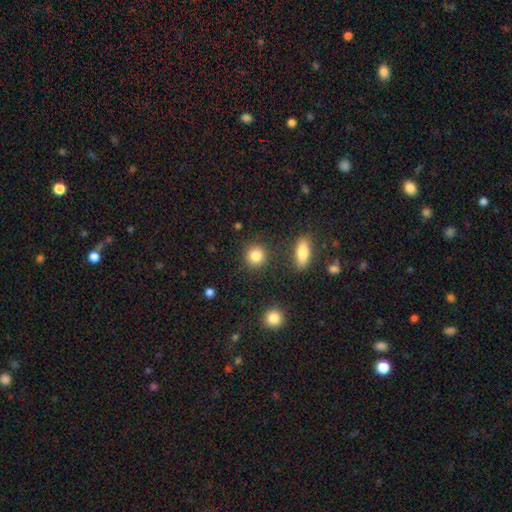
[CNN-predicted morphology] The model was most divided on "how rounded": round: 87%, in between: 12%, cigar-shaped: 1%. More confident: merging — none (86%); smooth or featured — smooth (86%).